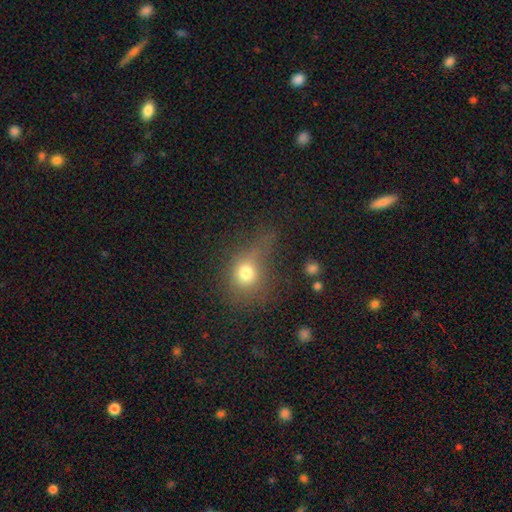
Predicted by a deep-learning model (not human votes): A smooth galaxy with no disk features (66%) that is round (72%). Merging: none (47%).